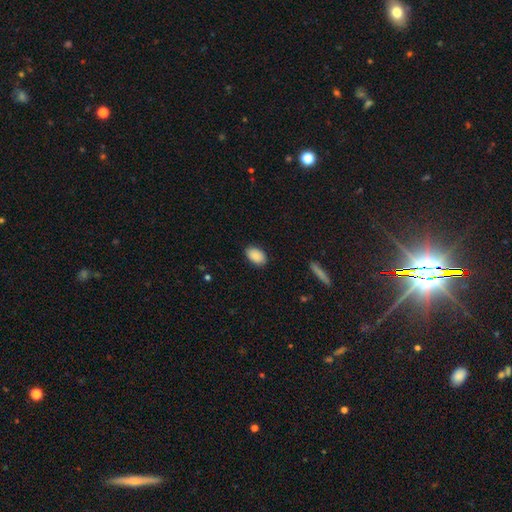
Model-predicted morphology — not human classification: Smooth or featured?
  - smooth: 89% *
  - star or artifact: 7%
  - featured or disk: 4%
How rounded?
  - in between: 90% *
  - round: 8%
  - cigar-shaped: 1%
Merging?
  - none: 87% *
  - minor disturbance: 10%
  - major disturbance: 2%
  - merger: 1%